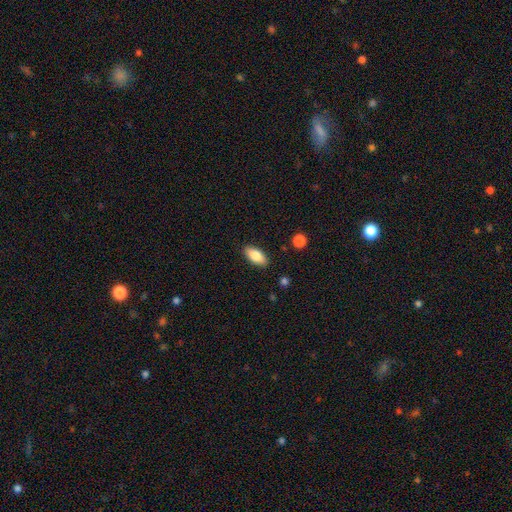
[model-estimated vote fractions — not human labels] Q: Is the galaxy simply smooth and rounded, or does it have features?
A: smooth — 81%.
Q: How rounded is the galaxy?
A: in between — 88%.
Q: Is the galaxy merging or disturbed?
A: none — 88%.